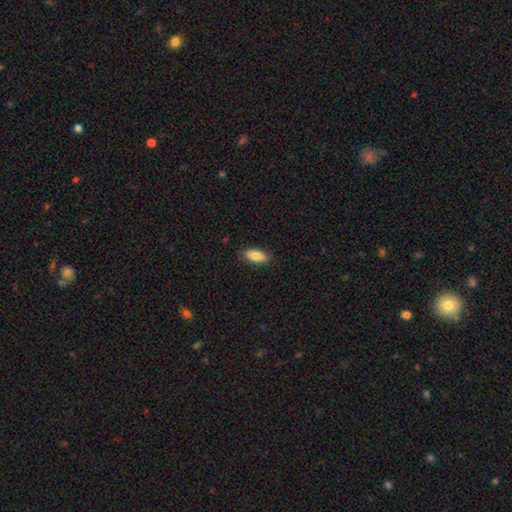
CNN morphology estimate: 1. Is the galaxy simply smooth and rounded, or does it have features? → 81% smooth, 12% featured or disk, 7% star or artifact.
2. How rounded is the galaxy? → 87% in between, 10% cigar-shaped, 3% round.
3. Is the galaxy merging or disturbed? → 81% none, 15% minor disturbance, 3% major disturbance, 1% merger.